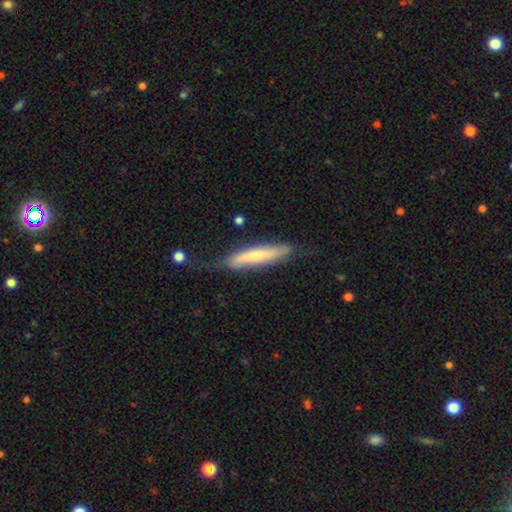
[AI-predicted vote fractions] Smooth or featured? smooth (55%)
How rounded? cigar-shaped (88%)
Merging? none (65%)